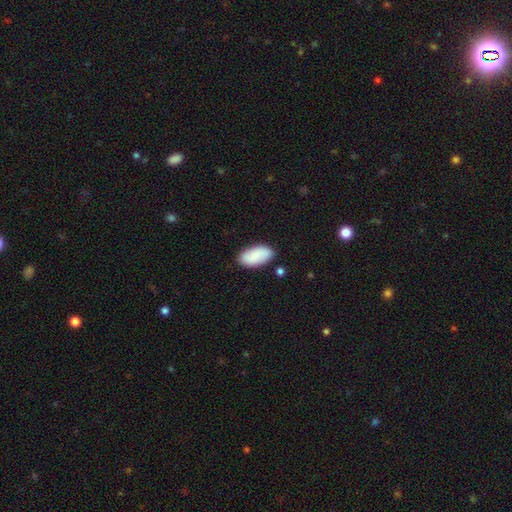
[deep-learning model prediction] This appears to be a smooth galaxy with no disk features (80%) that is in between round and cigar-shaped (95%). Merging: none (83%).